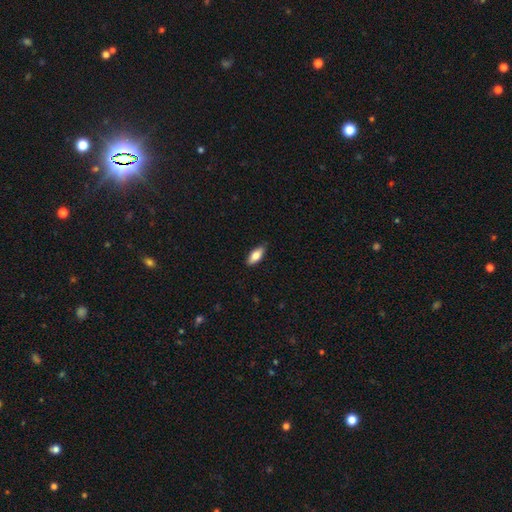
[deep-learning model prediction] Smooth or featured: smooth — 78% (featured or disk — 16%)
How rounded: in between — 76% (cigar-shaped — 22%)
Merging: none — 84% (minor disturbance — 13%)